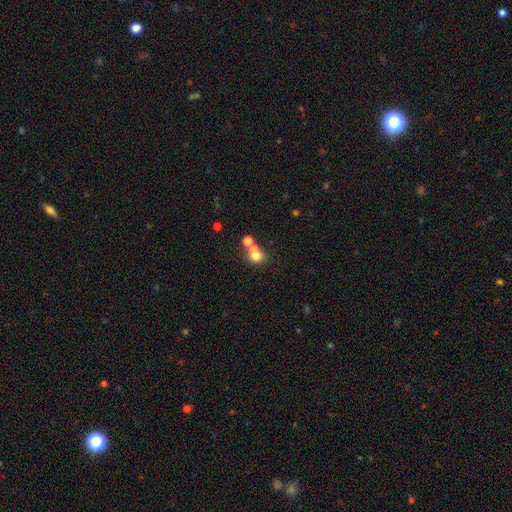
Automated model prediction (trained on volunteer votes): smooth 70%, star or artifact 16%, featured or disk 15%. Down the decision tree: how rounded — round (78%); merging — merger (46%).